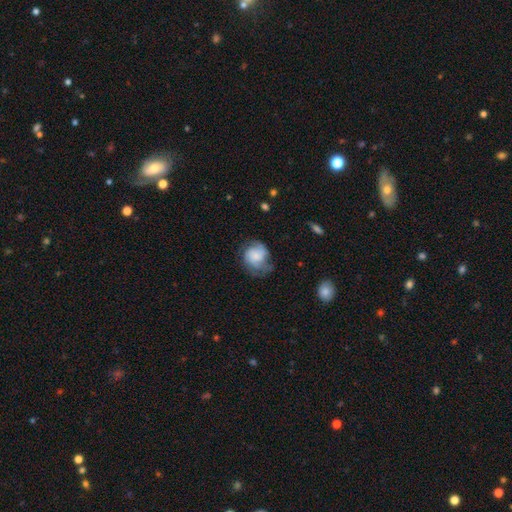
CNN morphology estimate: Smooth or featured: featured or disk — 52% (smooth — 40%)
Edge-on disk: no — 98% (yes — 2%)
Bar: no — 74% (weak — 23%)
Spiral arms: yes — 87% (no — 13%)
Bulge size: none — 28% (small — 27%)
Merging: none — 55% (minor disturbance — 27%)